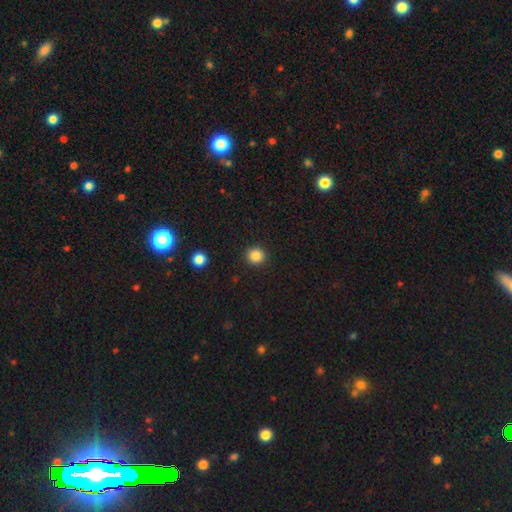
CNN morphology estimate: This appears to be a smooth galaxy with no disk features (86%) that is round (93%). Merging: none (92%).